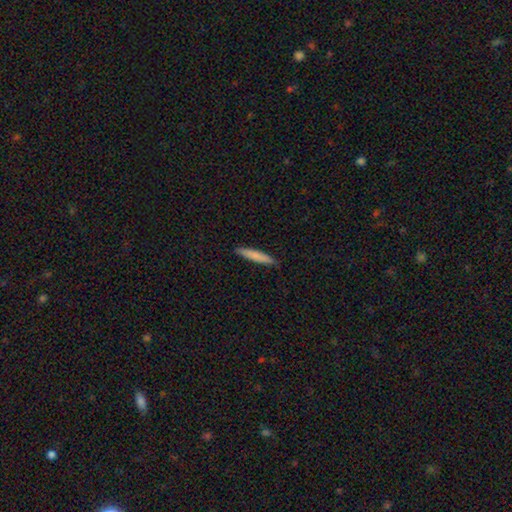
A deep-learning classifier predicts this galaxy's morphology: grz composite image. It shows a smooth galaxy with no disk features (80%) that is cigar-shaped (92%). Merging: none (90%).